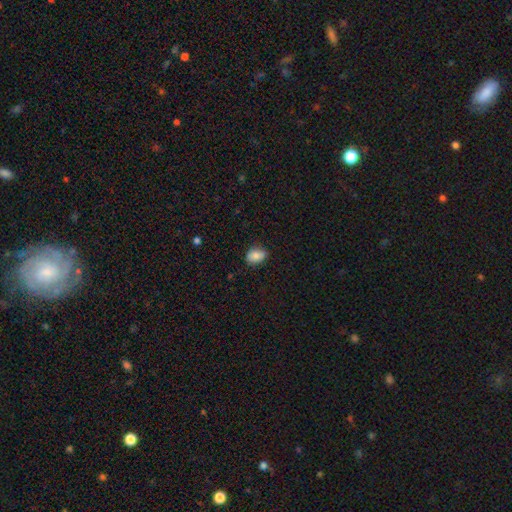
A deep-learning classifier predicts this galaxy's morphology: Smooth or featured?
  - smooth: 85% *
  - star or artifact: 8%
  - featured or disk: 7%
How rounded?
  - in between: 78% *
  - round: 20%
  - cigar-shaped: 1%
Merging?
  - none: 79% *
  - minor disturbance: 17%
  - major disturbance: 3%
  - merger: 1%